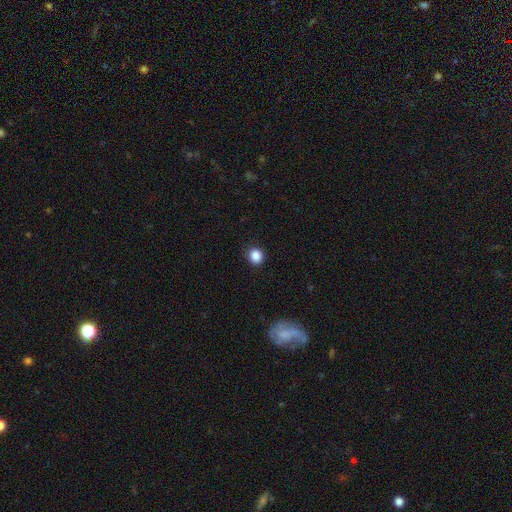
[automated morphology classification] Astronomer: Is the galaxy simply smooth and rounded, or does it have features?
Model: smooth — 86%.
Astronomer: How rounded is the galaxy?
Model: round — 85%.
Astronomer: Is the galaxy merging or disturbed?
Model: none — 88%.